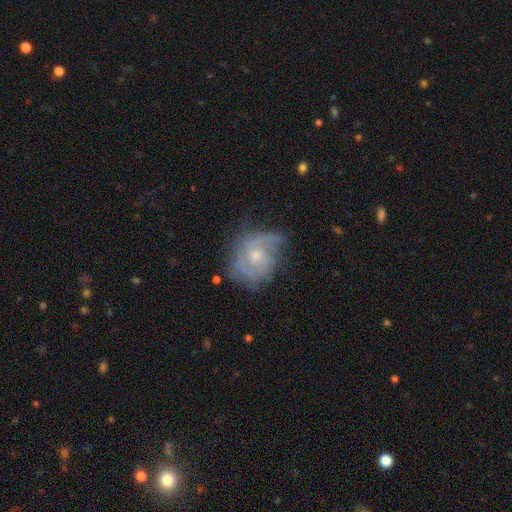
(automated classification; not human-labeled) Q: Smooth or featured?
A: featured or disk (81%); runner-up: smooth (13%)
Q: Edge-on disk?
A: no (97%); runner-up: yes (3%)
Q: Bar?
A: no (71%); runner-up: weak (26%)
Q: Spiral arms?
A: yes (93%); runner-up: no (7%)
Q: Spiral winding?
A: tight (44%); runner-up: medium (41%)
Q: Spiral arm count?
A: 2 (51%); runner-up: can't tell (23%)
Q: Bulge size?
A: small (58%); runner-up: moderate (38%)
Q: Merging?
A: none (61%); runner-up: minor disturbance (25%)